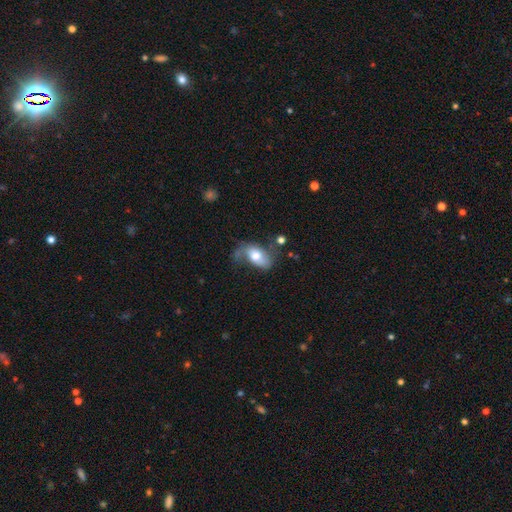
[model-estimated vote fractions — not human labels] Smooth or featured: smooth — 56% (featured or disk — 37%)
How rounded: in between — 90% (round — 7%)
Merging: none — 38% (minor disturbance — 30%)